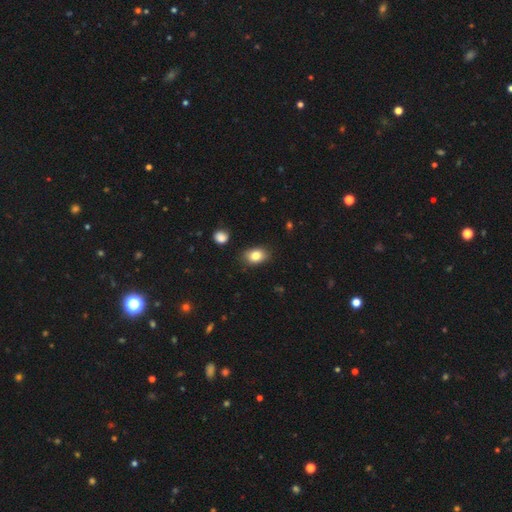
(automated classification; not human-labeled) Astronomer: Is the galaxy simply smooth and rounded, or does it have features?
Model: smooth — 82%.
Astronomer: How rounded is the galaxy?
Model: in between — 78%.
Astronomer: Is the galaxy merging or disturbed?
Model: none — 84%.